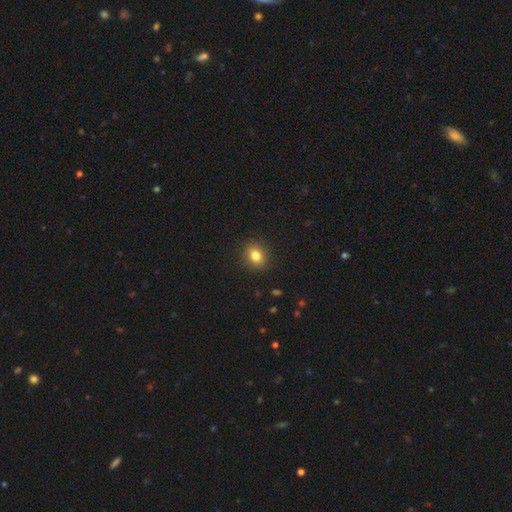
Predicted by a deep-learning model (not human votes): Smooth or featured: smooth — 81% (star or artifact — 11%)
How rounded: round — 62% (in between — 37%)
Merging: none — 90% (minor disturbance — 7%)